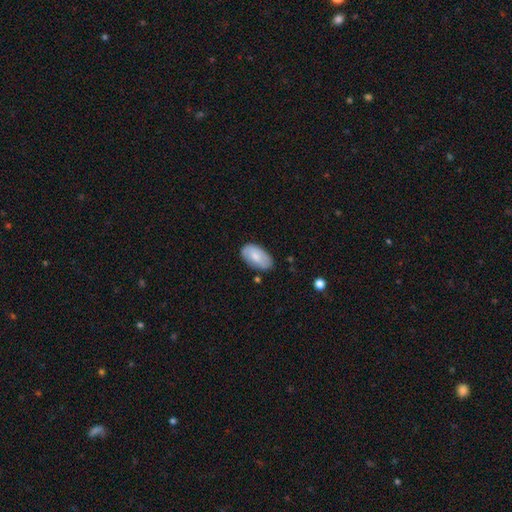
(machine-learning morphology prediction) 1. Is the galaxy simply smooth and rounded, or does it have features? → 73% smooth, 21% featured or disk, 6% star or artifact.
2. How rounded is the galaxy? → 94% in between, 3% round, 3% cigar-shaped.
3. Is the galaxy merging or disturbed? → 71% none, 22% minor disturbance, 4% major disturbance, 3% merger.